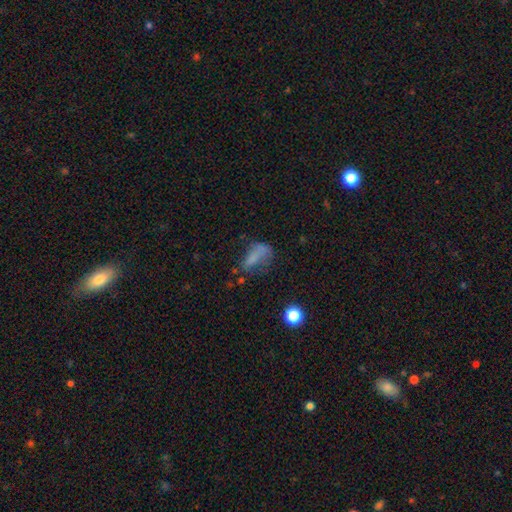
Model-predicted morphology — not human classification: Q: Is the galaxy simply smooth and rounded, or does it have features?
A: smooth — 65%.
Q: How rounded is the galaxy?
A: in between — 75%.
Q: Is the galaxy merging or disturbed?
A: none — 33%, tied with major disturbance.